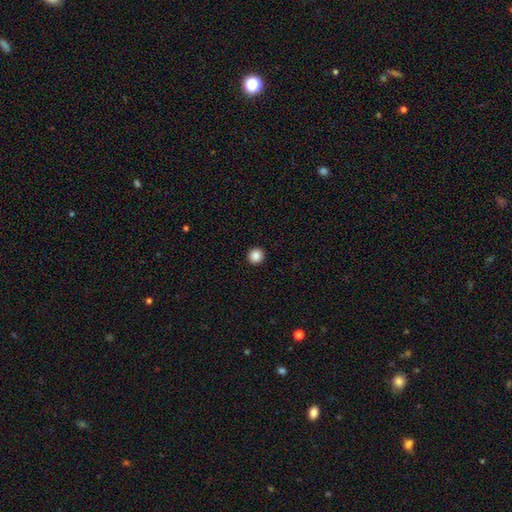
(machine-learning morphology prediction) The model was most divided on "smooth or featured": smooth: 87%, star or artifact: 10%, featured or disk: 3%. More confident: how rounded — round (95%); merging — none (94%).